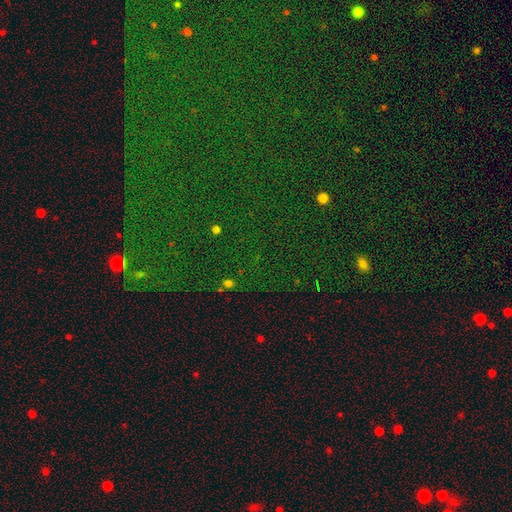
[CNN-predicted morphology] A star or artifact, not a galaxy (84%).